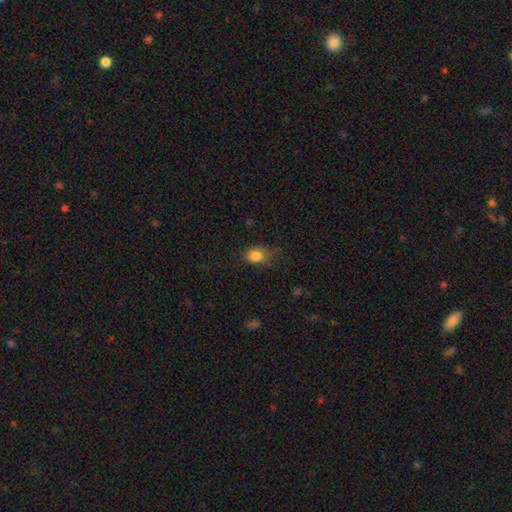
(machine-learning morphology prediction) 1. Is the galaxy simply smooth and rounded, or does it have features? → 84% smooth, 11% star or artifact, 6% featured or disk.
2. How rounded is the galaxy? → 55% in between, 43% round, 1% cigar-shaped.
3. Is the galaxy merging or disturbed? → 71% none, 22% minor disturbance, 6% major disturbance, 1% merger.